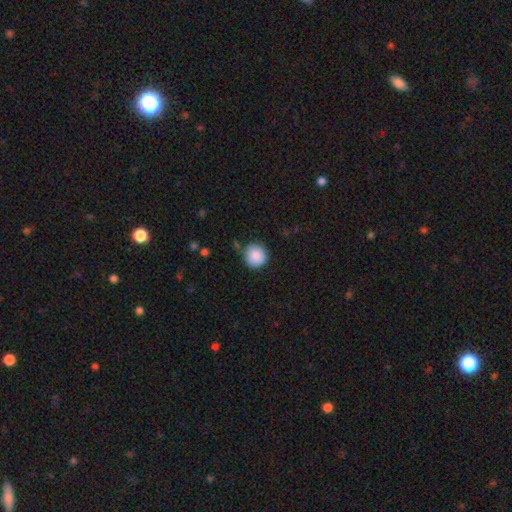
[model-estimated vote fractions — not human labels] A smooth galaxy with no disk features (88%) that is round (94%). Merging: none (84%).